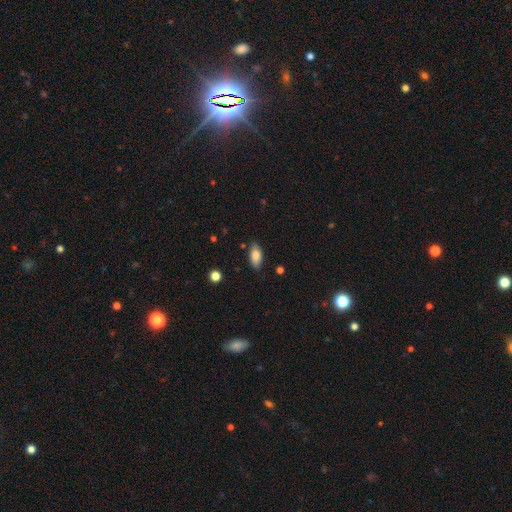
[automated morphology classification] A smooth galaxy with no disk features (83%) that is in between round and cigar-shaped (90%). Merging: none (80%).